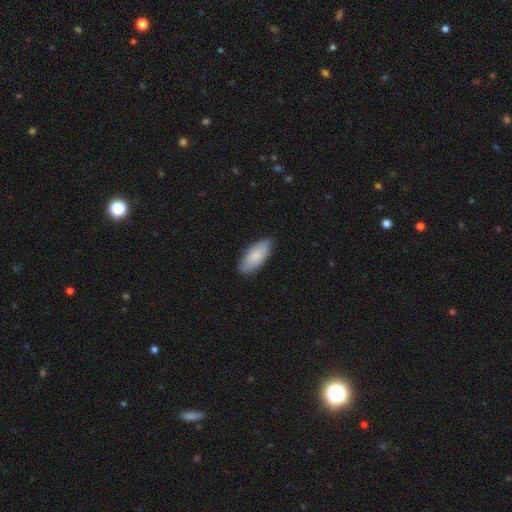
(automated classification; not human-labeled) This is likely a smooth galaxy (79%). How rounded: clearly in between (88%). Merging: clearly none (81%).